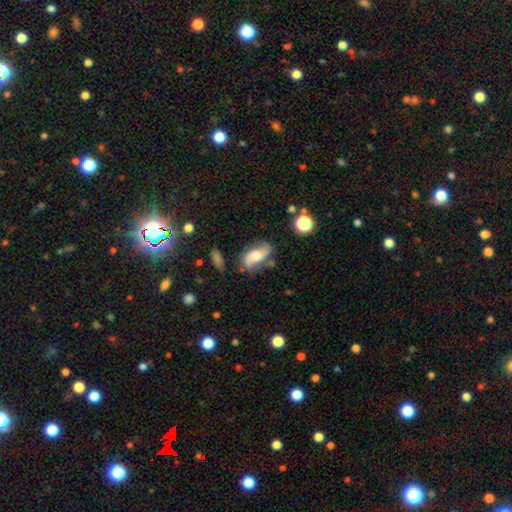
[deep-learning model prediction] A featured or disk galaxy (66%) with no bar (57%), 2 (88%) loose (61%) spiral arms (90%) and a moderate central bulge (63%).

Vote fractions:
- Smooth or featured? featured or disk: 66% / smooth: 26% / star or artifact: 8%
- Edge-on disk? no: 93% / yes: 7%
- Bar? no: 57% / weak: 31% / strong: 13%
- Spiral arms? yes: 90% / no: 10%
- Spiral winding? loose: 61% / medium: 29% / tight: 11%
- Spiral arm count? 2: 88% / can't tell: 5% / 1: 3% / 3: 1% / 4: 1% / more than 4: 1%
- Bulge size? moderate: 63% / small: 20% / large: 13% / none: 3% / dominant: 2%
- Merging? none: 66% / minor disturbance: 21% / major disturbance: 8% / merger: 5%